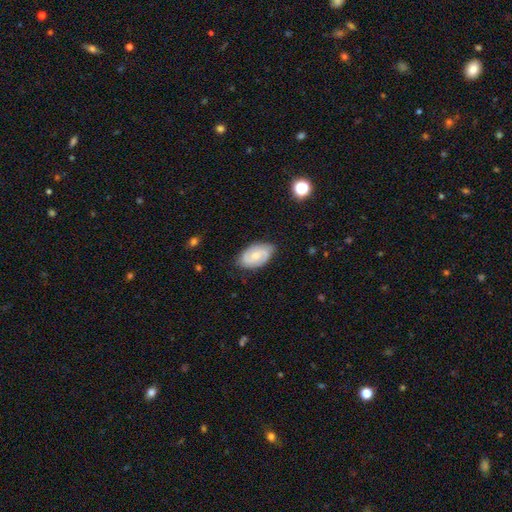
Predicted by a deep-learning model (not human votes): The model was most divided on "bulge size": small: 47%, moderate: 40%, none: 8%, large: 3%, dominant: 1%. More confident: edge-on disk — no (96%); spiral arms — yes (91%); merging — none (77%); spiral arm count — 2 (68%); smooth or featured — featured or disk (62%); bar — no (58%); spiral winding — tight (50%).